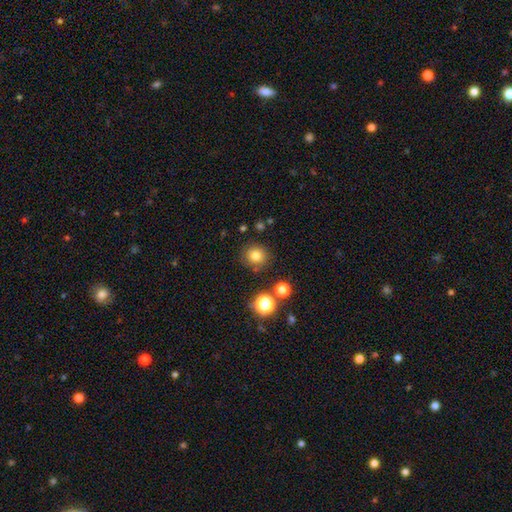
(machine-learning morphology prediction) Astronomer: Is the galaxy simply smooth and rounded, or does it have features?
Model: smooth — 79%.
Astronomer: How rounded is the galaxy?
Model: round — 91%.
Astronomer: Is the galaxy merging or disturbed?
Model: none — 84%.